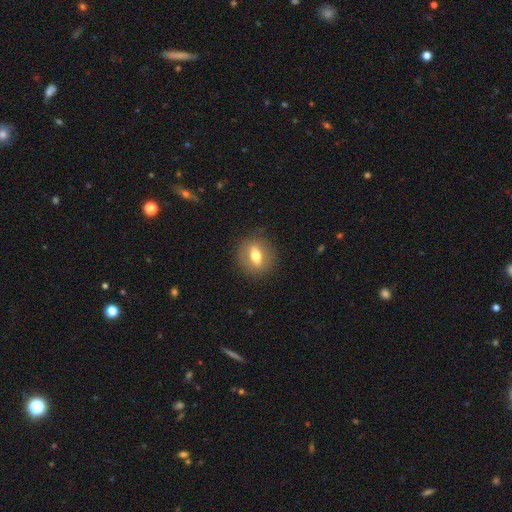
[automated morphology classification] A smooth galaxy with no disk features (55%) that is round (50%).

Vote fractions:
- Smooth or featured? smooth: 55% / featured or disk: 36% / star or artifact: 9%
- How rounded? round: 50% / in between: 45% / cigar-shaped: 6%
- Merging? none: 86% / minor disturbance: 9% / major disturbance: 4% / merger: 1%